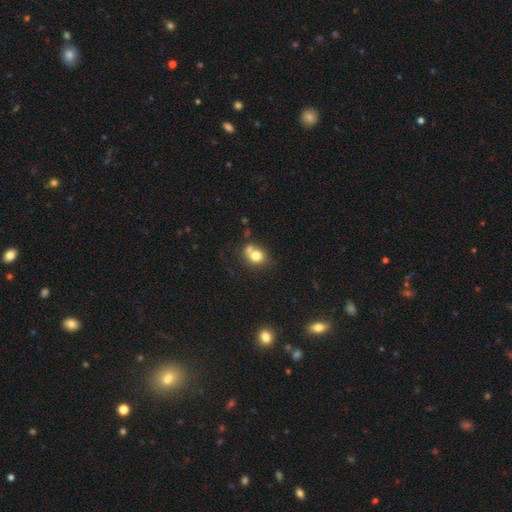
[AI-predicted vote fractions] Smooth or featured? smooth (75%)
How rounded? round (65%)
Merging? none (46%)